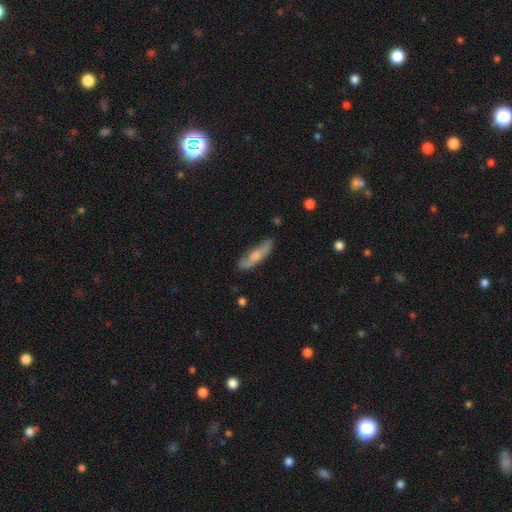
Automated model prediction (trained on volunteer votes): Smooth or featured? Predicted: smooth (p=0.57). How rounded? Predicted: cigar-shaped (p=0.62). Merging? Predicted: none (p=0.69).